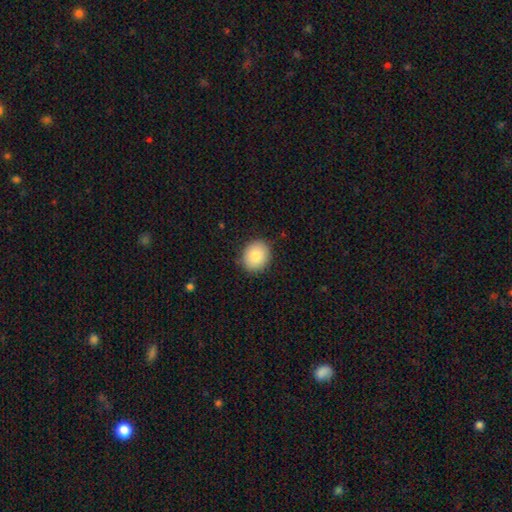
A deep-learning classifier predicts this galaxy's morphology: smooth_or_featured: smooth (p=0.85) [alt: star or artifact p=0.08]
how_rounded: round (p=0.66) [alt: in between p=0.33]
merging: none (p=0.87) [alt: minor disturbance p=0.10]